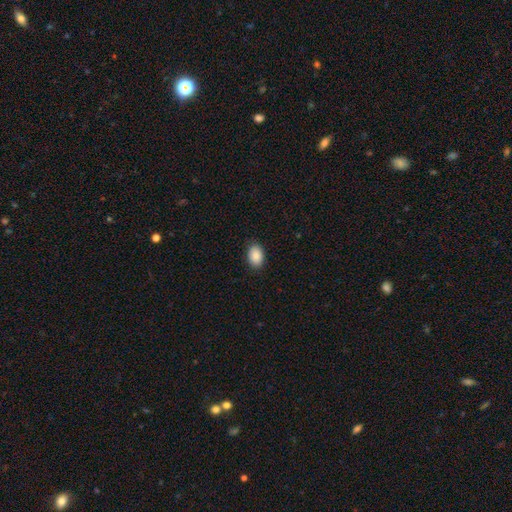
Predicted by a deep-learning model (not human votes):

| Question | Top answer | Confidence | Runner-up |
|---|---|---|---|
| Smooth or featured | smooth | 90% | star or artifact (7%) |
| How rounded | in between | 86% | round (13%) |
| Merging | none | 88% | minor disturbance (9%) |